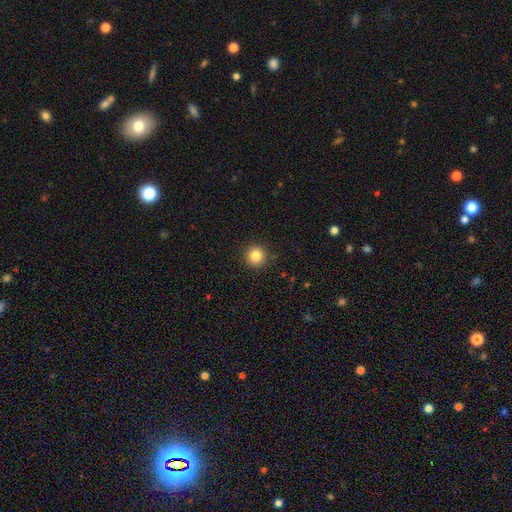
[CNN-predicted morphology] type=smooth (84%); roundness=round (95%); merging=none (91%).